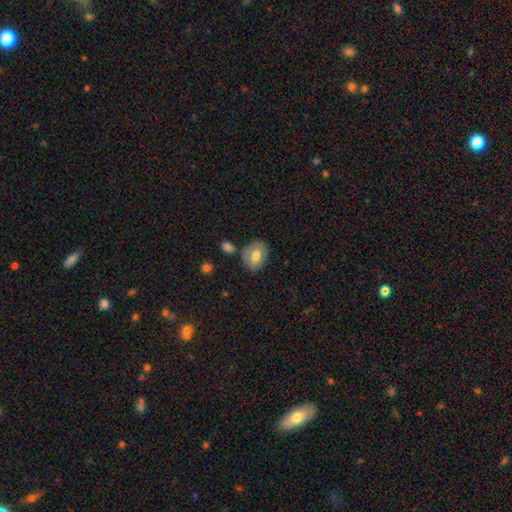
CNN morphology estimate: smooth_or_featured: smooth (p=0.71) [alt: featured or disk p=0.22]
how_rounded: in between (p=0.59) [alt: round p=0.40]
merging: none (p=0.70) [alt: minor disturbance p=0.19]